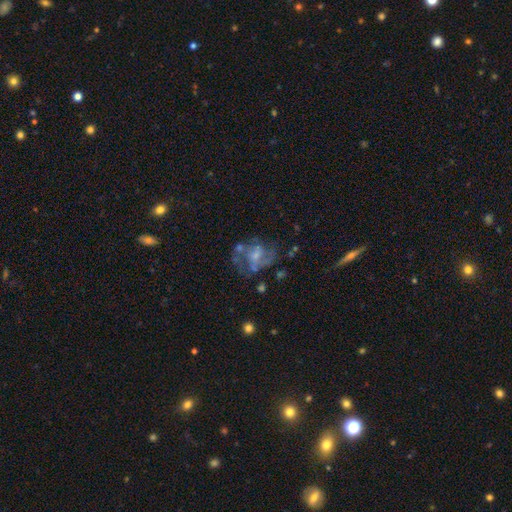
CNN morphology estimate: A featured or disk galaxy (66%) with no bar (57%), spiral arms (66%) and a small central bulge (46%). Merging: none (43%).